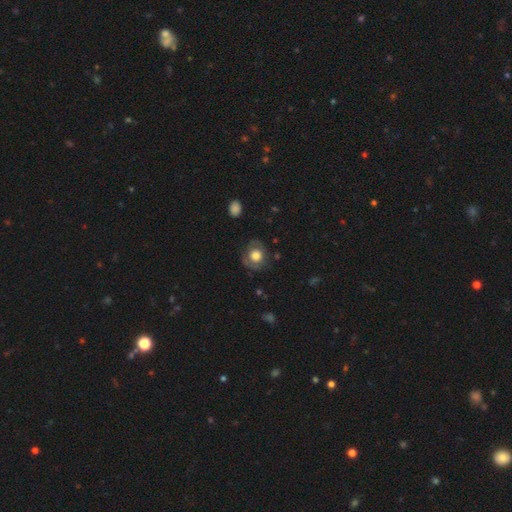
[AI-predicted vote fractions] smooth_or_featured: smooth (p=0.59) [alt: featured or disk p=0.33]
how_rounded: round (p=0.83) [alt: in between p=0.16]
merging: none (p=0.72) [alt: minor disturbance p=0.17]